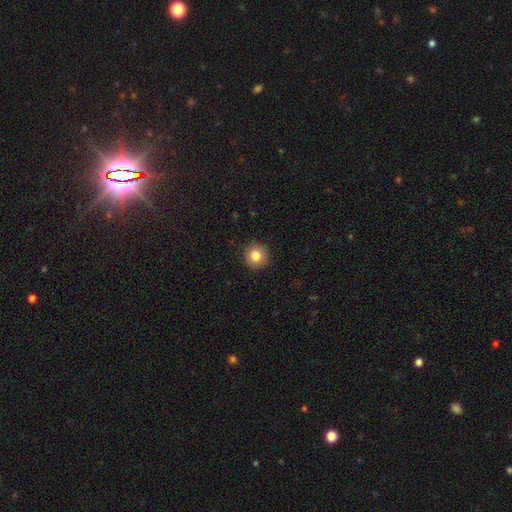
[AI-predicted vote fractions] Morphology: type=smooth (82%); roundness=round (95%); merging=none (92%).